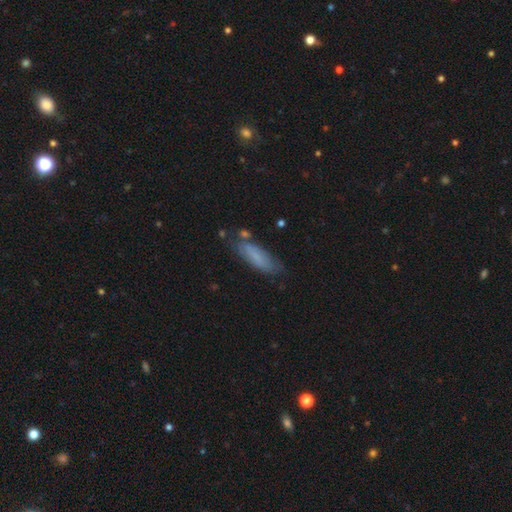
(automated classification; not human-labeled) Smooth or featured: smooth — 70% (featured or disk — 21%)
How rounded: cigar-shaped — 51% (in between — 48%)
Merging: none — 67% (minor disturbance — 21%)